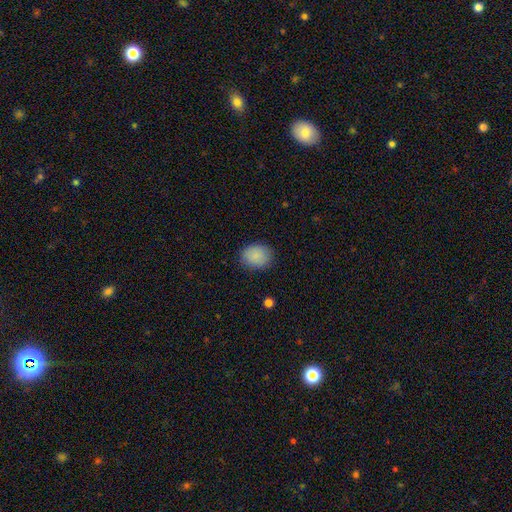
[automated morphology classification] Q: Smooth or featured?
A: smooth (88%); runner-up: star or artifact (8%)
Q: How rounded?
A: round (54%); runner-up: in between (45%)
Q: Merging?
A: none (86%); runner-up: minor disturbance (11%)